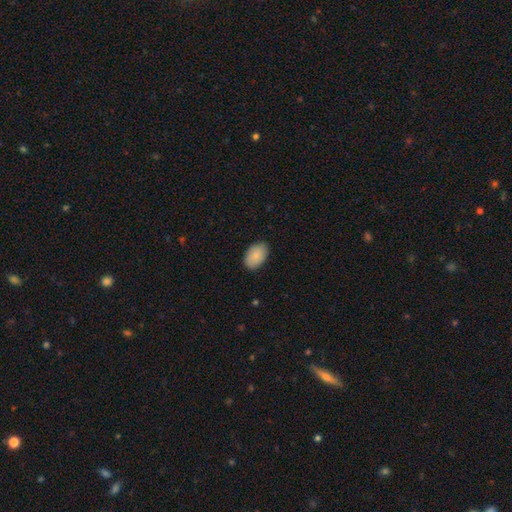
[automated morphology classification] smooth_or_featured: smooth (p=0.87) [alt: featured or disk p=0.08]
how_rounded: in between (p=0.90) [alt: round p=0.08]
merging: none (p=0.86) [alt: minor disturbance p=0.11]